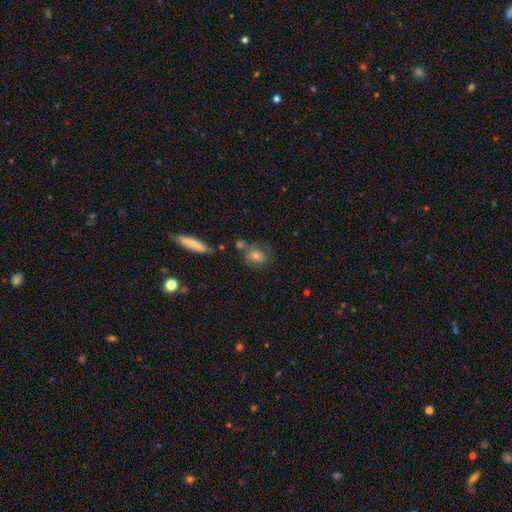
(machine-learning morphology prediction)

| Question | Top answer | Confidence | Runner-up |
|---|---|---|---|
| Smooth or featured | smooth | 59% | featured or disk (27%) |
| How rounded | round | 62% | in between (32%) |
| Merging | none | 66% | minor disturbance (16%) |